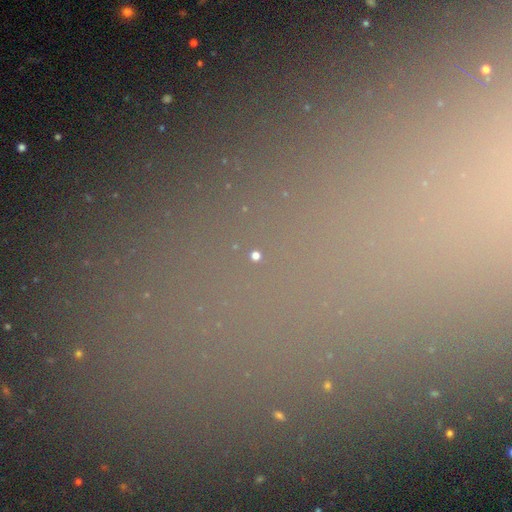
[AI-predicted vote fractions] Overall: star or artifact (72%).